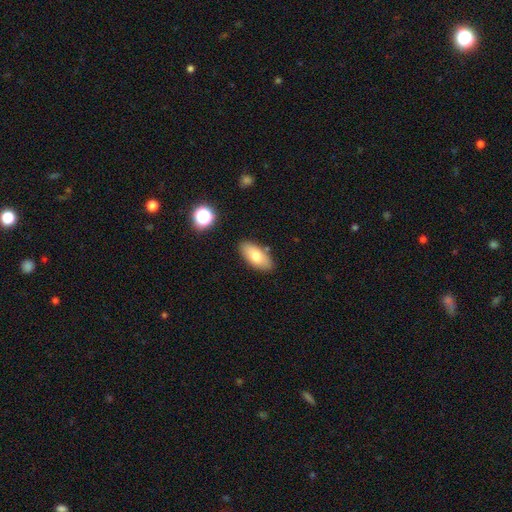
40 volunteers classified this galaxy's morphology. Smooth or featured?
  - smooth: 70% *
  - featured or disk: 20%
  - star or artifact: 10%
How rounded?
  - in between: 89% *
  - round: 7%
  - cigar-shaped: 4%
Merging?
  - none: 83% *
  - minor disturbance: 8%
  - merger: 8%
  - major disturbance: 0%